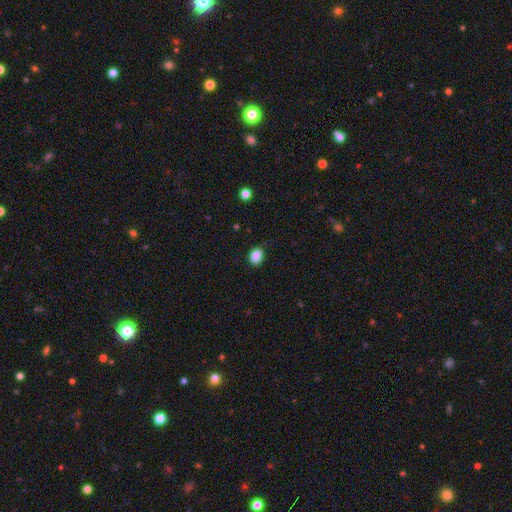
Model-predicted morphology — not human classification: smooth_or_featured: smooth (p=0.85) [alt: star or artifact p=0.10]
how_rounded: in between (p=0.62) [alt: round p=0.37]
merging: none (p=0.80) [alt: minor disturbance p=0.16]